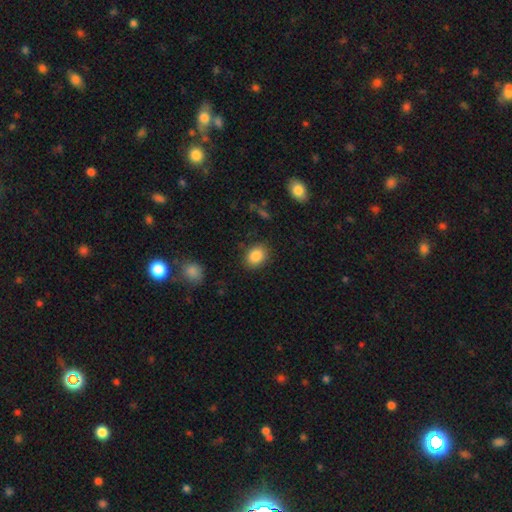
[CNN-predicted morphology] Smooth or featured? Predicted: smooth (p=0.87). How rounded? Predicted: in between (p=0.64). Merging? Predicted: none (p=0.85).